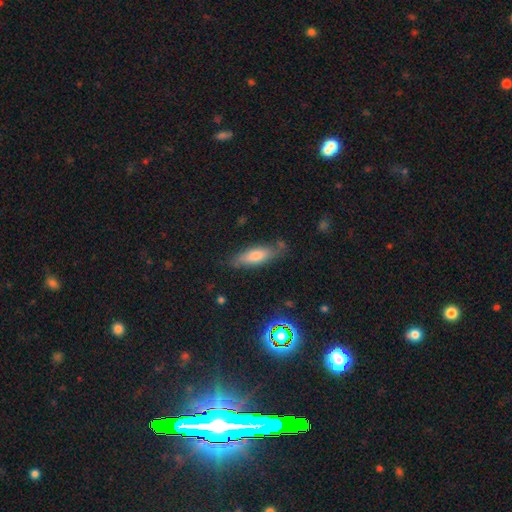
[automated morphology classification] Smooth or featured? smooth (66%)
How rounded? in between (55%)
Merging? none (71%)